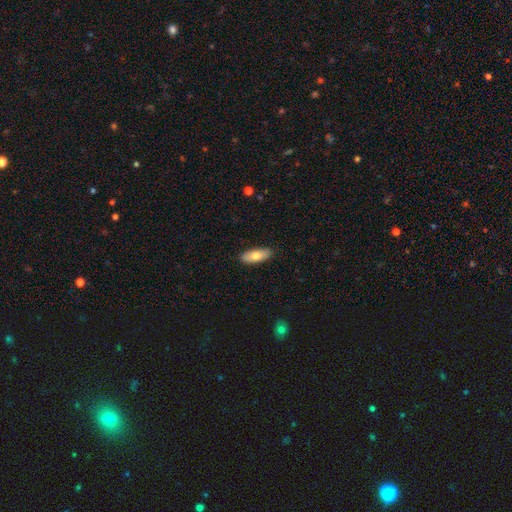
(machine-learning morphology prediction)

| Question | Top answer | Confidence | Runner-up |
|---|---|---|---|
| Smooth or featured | smooth | 75% | featured or disk (19%) |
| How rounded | in between | 76% | cigar-shaped (22%) |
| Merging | none | 88% | minor disturbance (9%) |